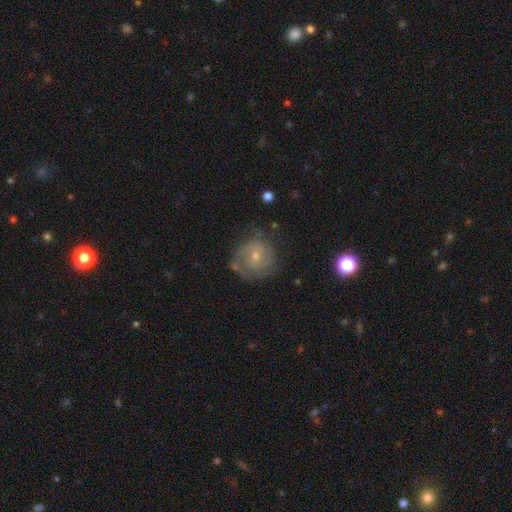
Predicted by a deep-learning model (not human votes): Q: Smooth or featured?
A: featured or disk (74%); runner-up: smooth (17%)
Q: Edge-on disk?
A: no (97%); runner-up: yes (3%)
Q: Bar?
A: no (69%); runner-up: weak (27%)
Q: Spiral arms?
A: yes (89%); runner-up: no (11%)
Q: Spiral winding?
A: tight (62%); runner-up: medium (30%)
Q: Spiral arm count?
A: 2 (45%); runner-up: can't tell (30%)
Q: Bulge size?
A: small (60%); runner-up: moderate (36%)
Q: Merging?
A: none (71%); runner-up: minor disturbance (19%)